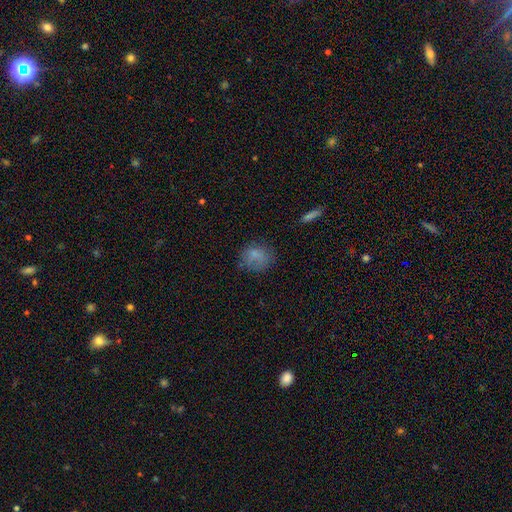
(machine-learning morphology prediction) This appears to be a smooth galaxy with no disk features (75%) that is round (72%). Merging: none (64%).